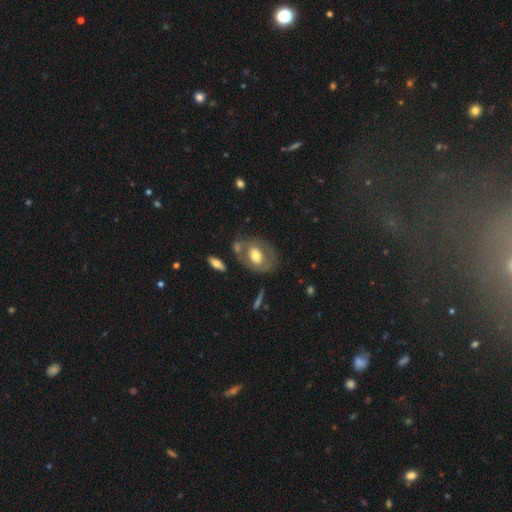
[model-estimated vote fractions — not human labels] Smooth or featured? smooth (48%)
Merging? none (62%)